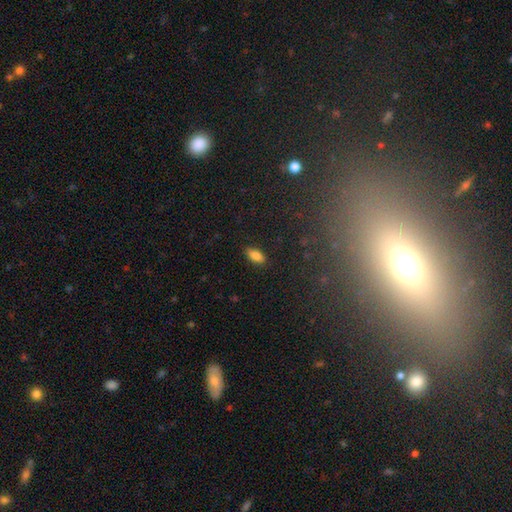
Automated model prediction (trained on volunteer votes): smooth_or_featured: smooth (p=0.83) [alt: star or artifact p=0.09]
how_rounded: in between (p=0.89) [alt: cigar-shaped p=0.08]
merging: none (p=0.87) [alt: minor disturbance p=0.10]